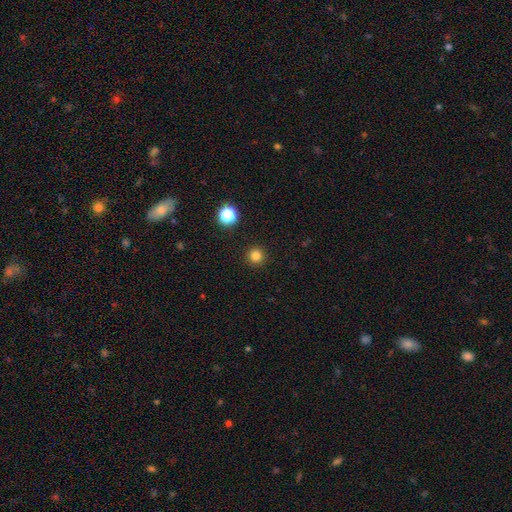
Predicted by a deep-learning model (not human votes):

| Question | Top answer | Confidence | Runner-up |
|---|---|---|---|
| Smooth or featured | smooth | 81% | star or artifact (14%) |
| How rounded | round | 96% | in between (3%) |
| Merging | none | 93% | minor disturbance (4%) |